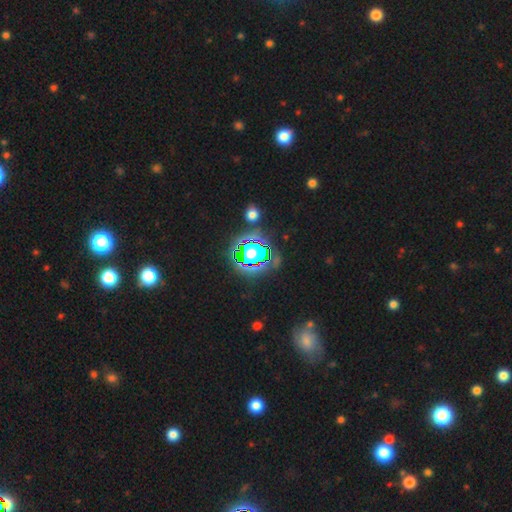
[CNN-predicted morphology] Smooth or featured?
  - star or artifact: 79% *
  - smooth: 13%
  - featured or disk: 8%